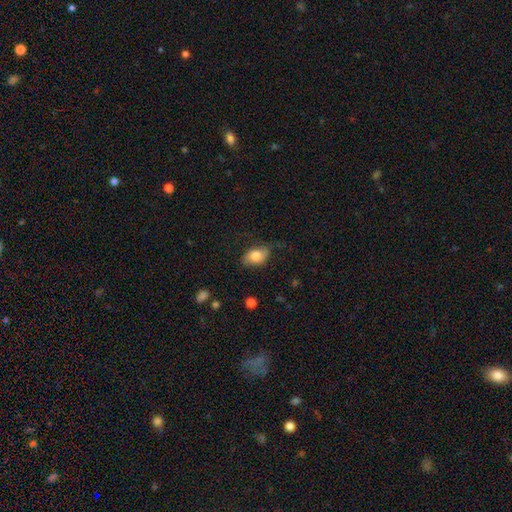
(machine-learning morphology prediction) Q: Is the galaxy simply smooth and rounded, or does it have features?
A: smooth — 79%.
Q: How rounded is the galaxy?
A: in between — 84%.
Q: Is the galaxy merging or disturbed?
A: none — 63%.